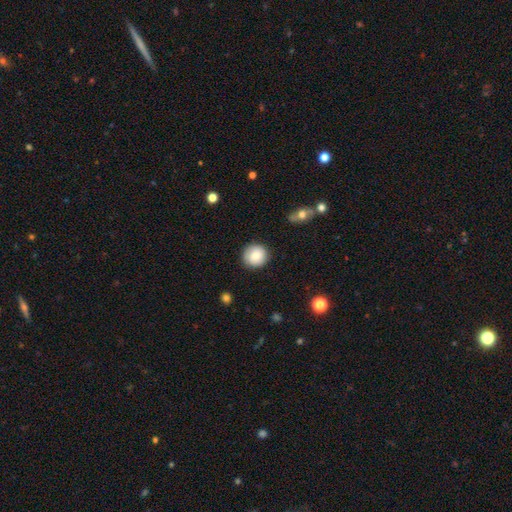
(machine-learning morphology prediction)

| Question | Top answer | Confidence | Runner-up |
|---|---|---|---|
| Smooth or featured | smooth | 80% | featured or disk (12%) |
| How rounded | round | 92% | in between (7%) |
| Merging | none | 86% | minor disturbance (10%) |